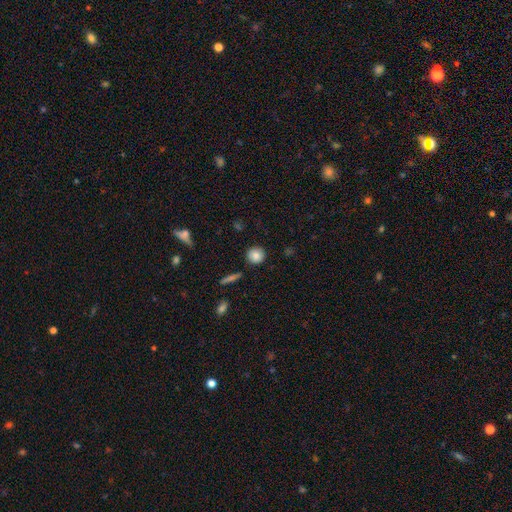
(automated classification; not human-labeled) Smooth or featured: smooth — 83% (star or artifact — 9%)
How rounded: round — 92% (in between — 7%)
Merging: none — 89% (minor disturbance — 7%)